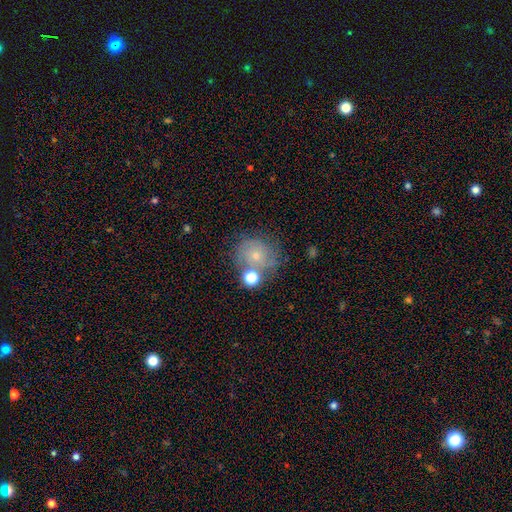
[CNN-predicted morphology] Smooth or featured? Predicted: smooth (p=0.46). Merging? Predicted: none (p=0.56).